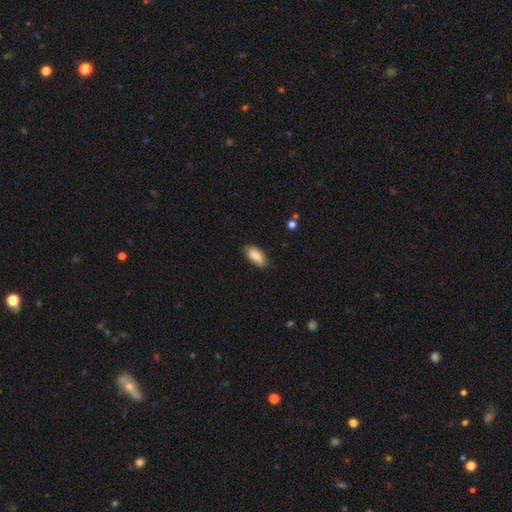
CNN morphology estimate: A smooth galaxy with no disk features (83%) that is in between round and cigar-shaped (92%). Merging: none (79%).